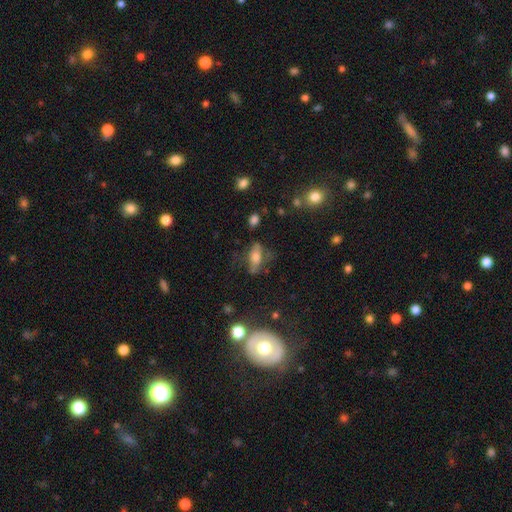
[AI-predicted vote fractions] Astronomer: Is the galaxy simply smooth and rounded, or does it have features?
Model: smooth — 58%.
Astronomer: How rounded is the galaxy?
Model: in between — 76%.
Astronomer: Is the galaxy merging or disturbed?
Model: none — 52%.